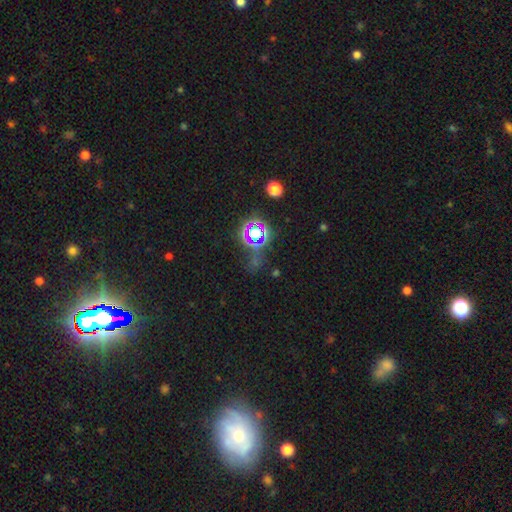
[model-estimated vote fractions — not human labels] The model was most divided on "smooth or featured": star or artifact: 75%, smooth: 16%, featured or disk: 10%.